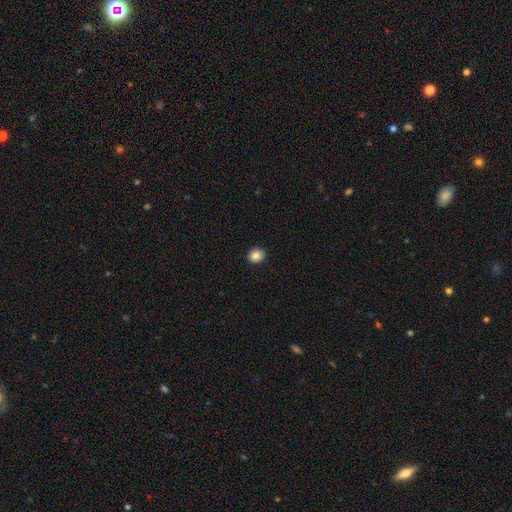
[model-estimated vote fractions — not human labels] A smooth galaxy with no disk features (84%) that is round (72%). Merging: none (92%).